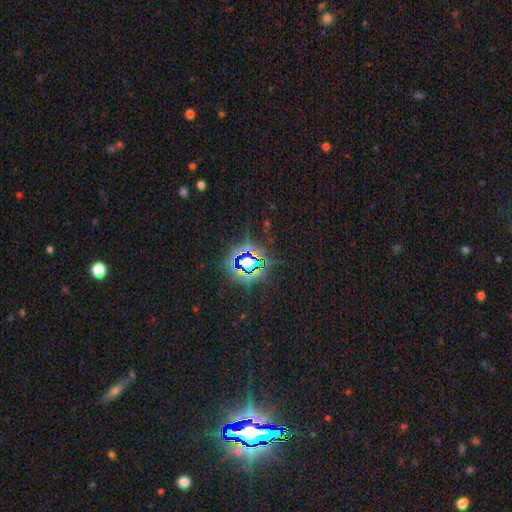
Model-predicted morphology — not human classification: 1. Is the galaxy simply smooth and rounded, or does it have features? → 83% star or artifact, 10% smooth, 7% featured or disk.